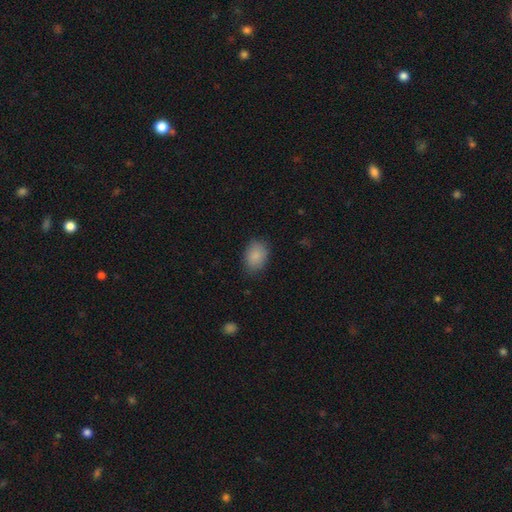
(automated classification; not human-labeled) This is clearly a smooth galaxy (88%). How rounded: likely in between (77%). Merging: clearly none (82%).